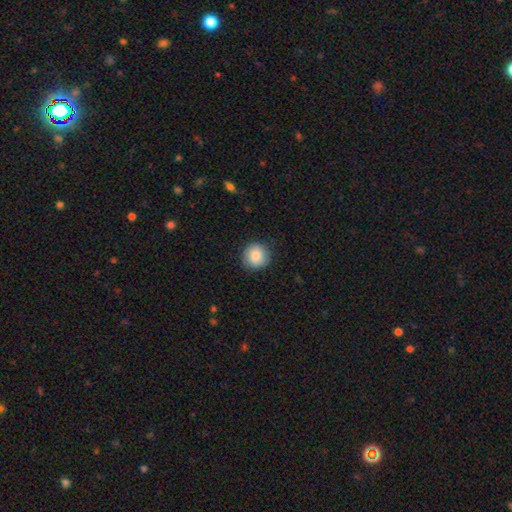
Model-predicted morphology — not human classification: This is clearly a smooth galaxy (83%). How rounded: clearly round (90%). Merging: clearly none (83%).